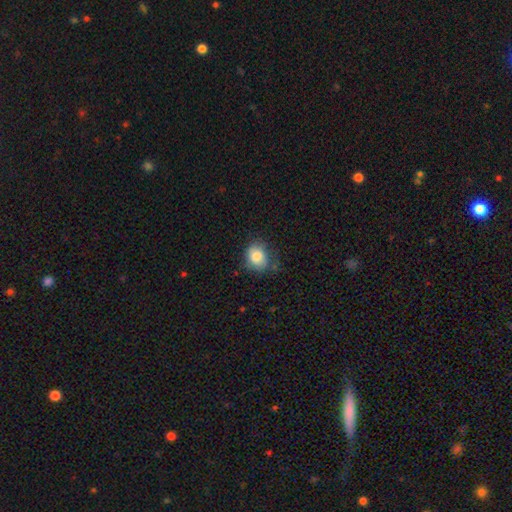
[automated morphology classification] Smooth or featured?
  - smooth: 83% *
  - featured or disk: 9%
  - star or artifact: 8%
How rounded?
  - round: 51% *
  - in between: 48%
  - cigar-shaped: 1%
Merging?
  - none: 63% *
  - minor disturbance: 27%
  - major disturbance: 8%
  - merger: 2%